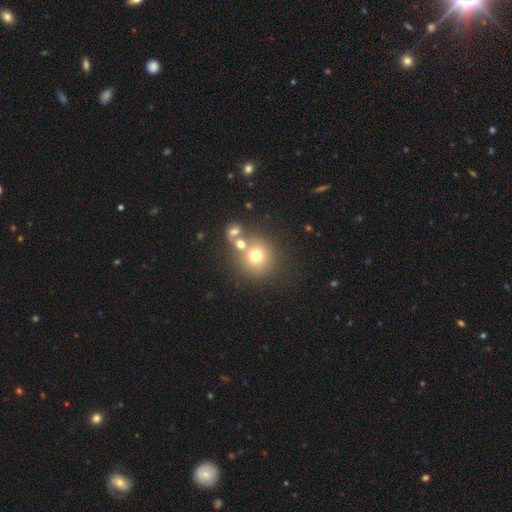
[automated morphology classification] Overall: smooth (70%). How rounded: round (89%). Merging: none (57%; merger 30%).